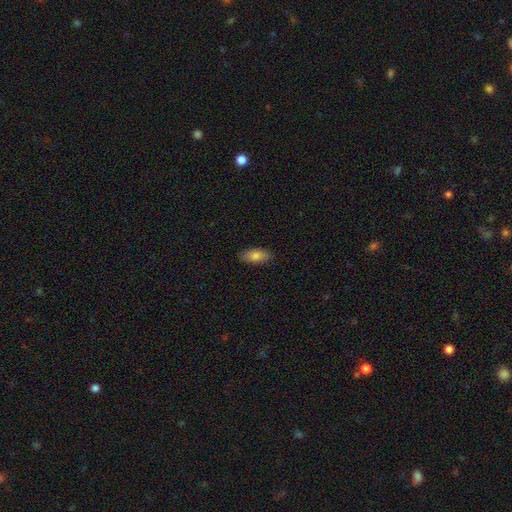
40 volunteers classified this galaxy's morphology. This appears to be a smooth galaxy with no disk features (92%) that is in between round and cigar-shaped (76%). Merging: none (92%).